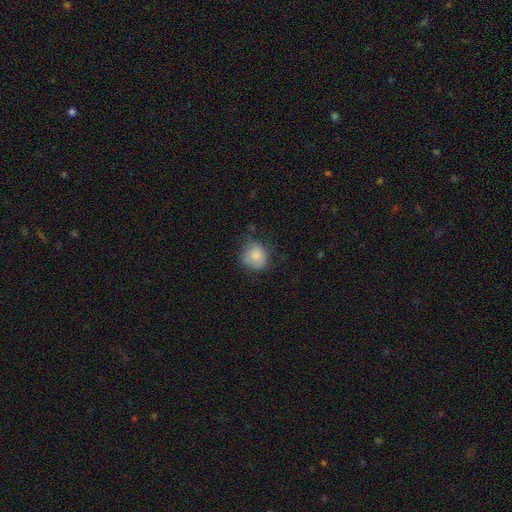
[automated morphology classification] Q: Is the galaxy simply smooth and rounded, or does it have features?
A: smooth — 82%.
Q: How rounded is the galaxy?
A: round — 79%.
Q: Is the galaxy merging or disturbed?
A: none — 59%.